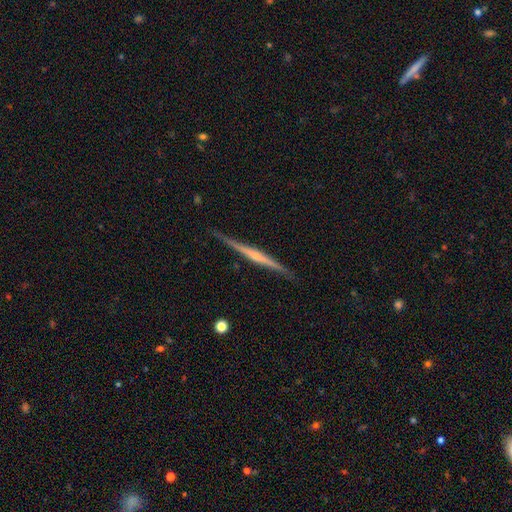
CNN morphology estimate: smooth-or-featured: featured or disk: 77% | smooth: 18% | star or artifact: 5%
  disk-edge-on: yes: 98% | no: 2%
    edge-on-bulge: rounded: 54% | none: 37% | boxy: 9%
  merging: none: 89% | minor disturbance: 8% | major disturbance: 2% | merger: 1%